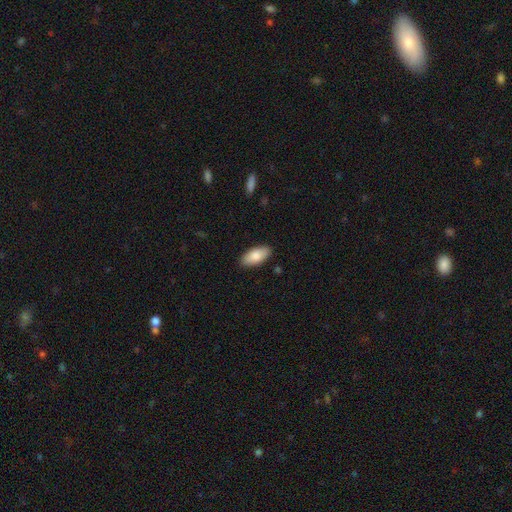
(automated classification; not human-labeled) A smooth galaxy with no disk features (85%) that is in between round and cigar-shaped (92%). Merging: none (88%).